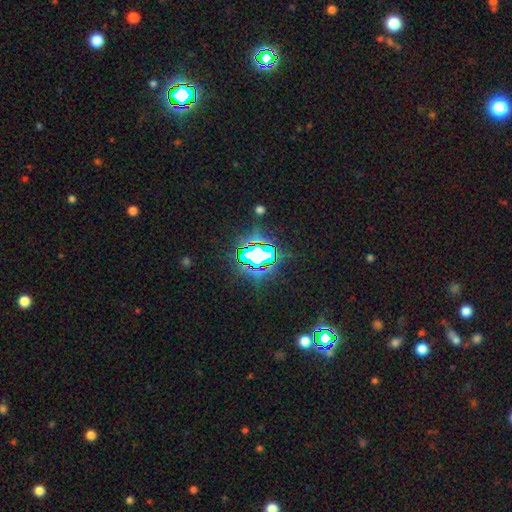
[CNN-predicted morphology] Overall: star or artifact (73%).